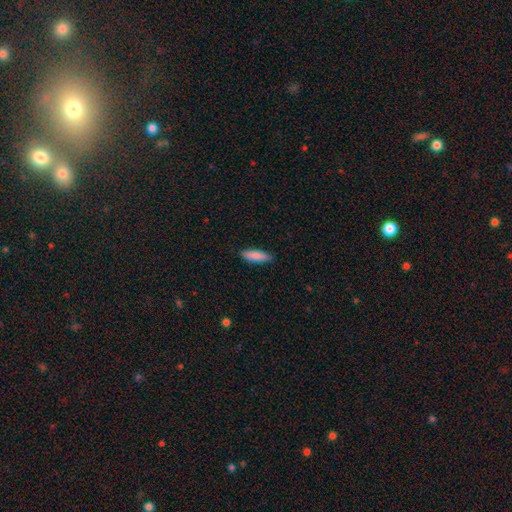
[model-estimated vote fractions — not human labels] Morphology: type=smooth (87%); roundness=cigar-shaped (59%); merging=none (87%).